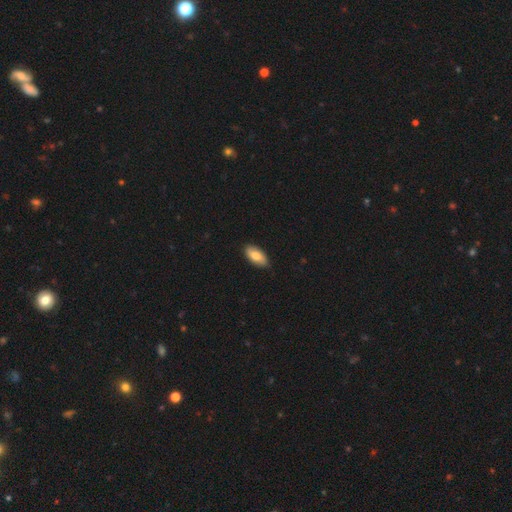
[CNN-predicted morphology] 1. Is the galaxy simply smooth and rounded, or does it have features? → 79% smooth, 15% featured or disk, 6% star or artifact.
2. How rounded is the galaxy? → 93% in between, 5% cigar-shaped, 2% round.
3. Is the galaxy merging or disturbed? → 87% none, 10% minor disturbance, 2% major disturbance, 1% merger.